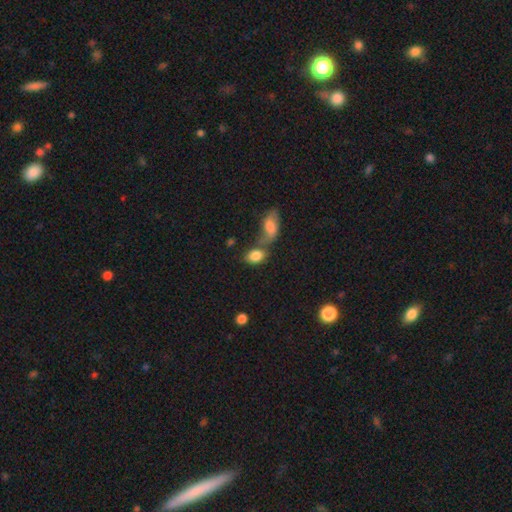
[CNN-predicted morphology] Smooth or featured? Predicted: smooth (p=0.83). How rounded? Predicted: in between (p=0.83). Merging? Predicted: merger (p=0.40, tied with none).